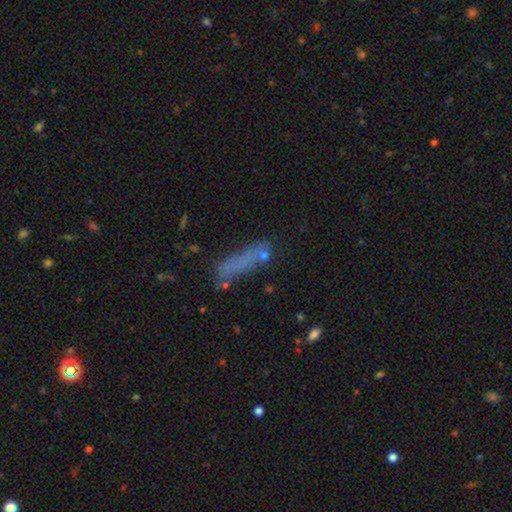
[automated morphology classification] Smooth or featured? Predicted: smooth (p=0.60). How rounded? Predicted: cigar-shaped (p=0.71). Merging? Predicted: none (p=0.48).